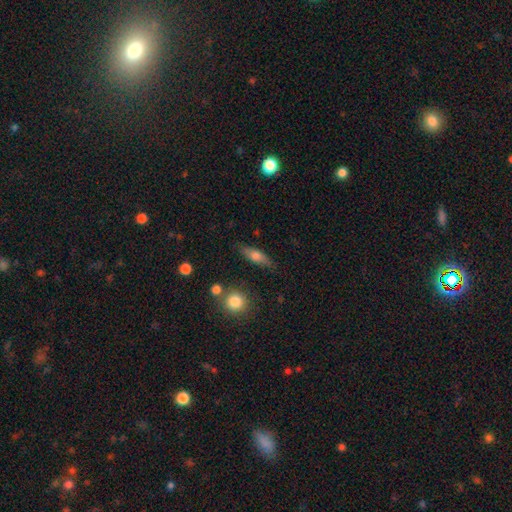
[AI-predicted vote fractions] Q: Smooth or featured?
A: smooth (61%); runner-up: featured or disk (32%)
Q: How rounded?
A: in between (49%); runner-up: cigar-shaped (46%)
Q: Merging?
A: none (81%); runner-up: minor disturbance (13%)